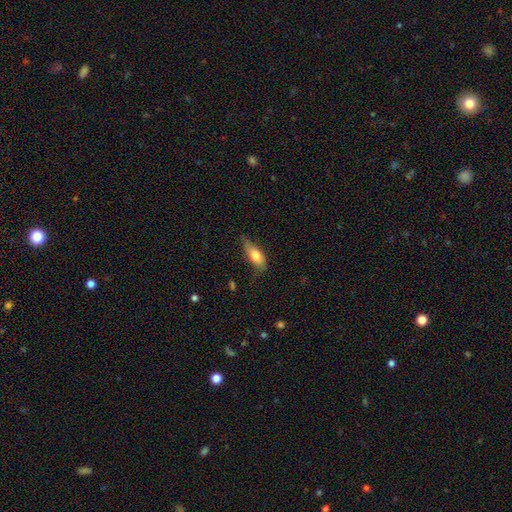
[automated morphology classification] Smooth or featured: smooth — 70% (featured or disk — 23%)
How rounded: in between — 74% (cigar-shaped — 23%)
Merging: none — 47% (minor disturbance — 38%)